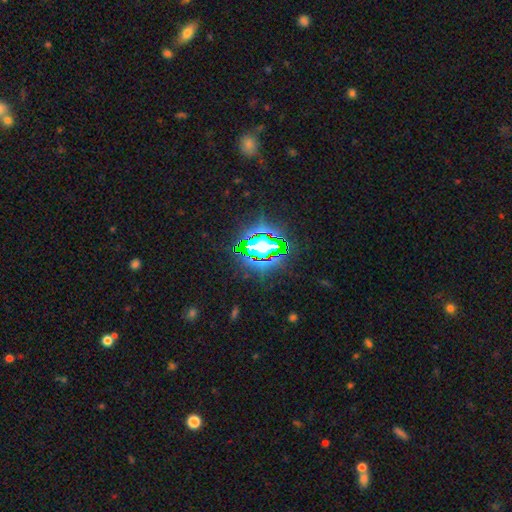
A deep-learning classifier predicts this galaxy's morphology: Smooth or featured?
  - star or artifact: 81% *
  - smooth: 11%
  - featured or disk: 7%